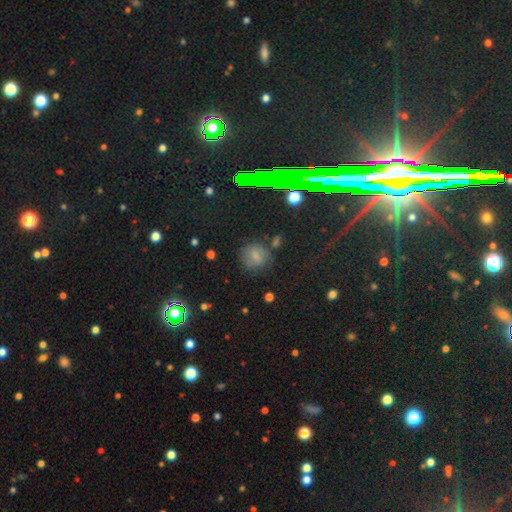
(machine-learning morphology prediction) A smooth galaxy with no disk features (63%) that is round (80%). Merging: none (70%).